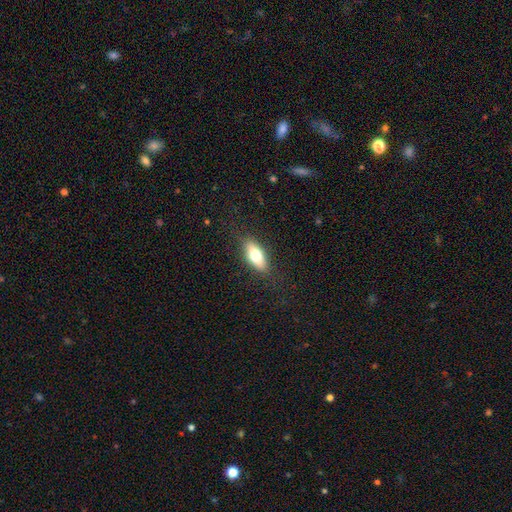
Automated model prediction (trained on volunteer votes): Smooth or featured? smooth (69%)
How rounded? in between (78%)
Merging? none (84%)